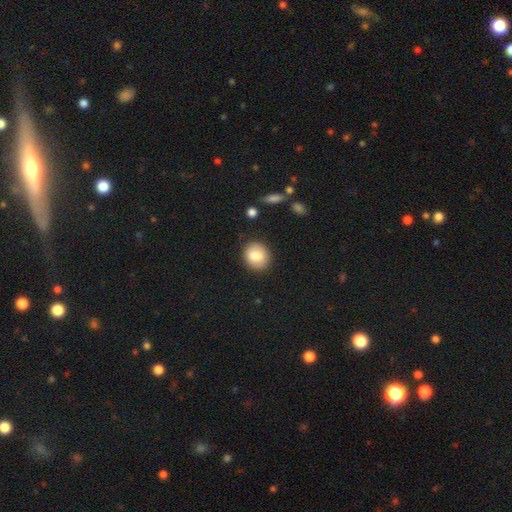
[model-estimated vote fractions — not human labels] Smooth or featured: smooth — 83% (featured or disk — 9%)
How rounded: round — 64% (in between — 35%)
Merging: none — 85% (minor disturbance — 11%)